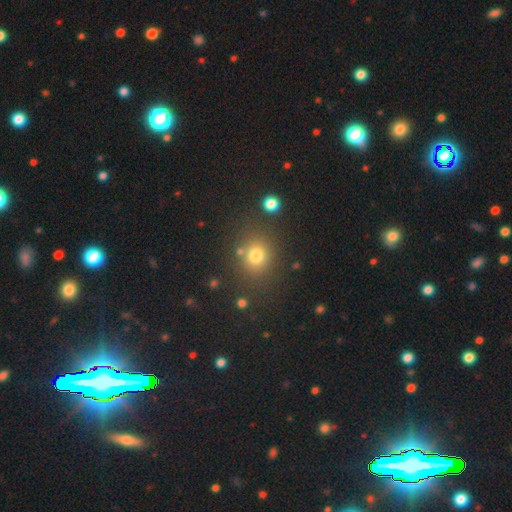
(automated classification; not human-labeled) Overall: smooth (76%). How rounded: round (80%). Merging: none (80%).